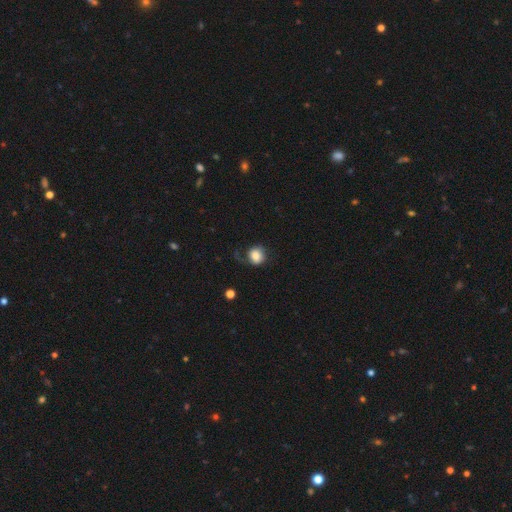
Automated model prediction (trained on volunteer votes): A smooth galaxy with no disk features (74%) that is round (75%).

Vote fractions:
- Smooth or featured? smooth: 74% / featured or disk: 17% / star or artifact: 9%
- How rounded? round: 75% / in between: 25% / cigar-shaped: 1%
- Merging? none: 49% / major disturbance: 25% / minor disturbance: 24% / merger: 3%